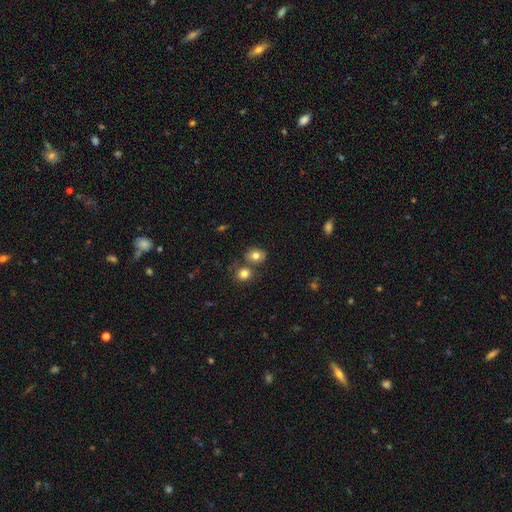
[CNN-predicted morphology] This is likely a smooth galaxy (78%). How rounded: possibly round (60%). Merging: likely none (64%).